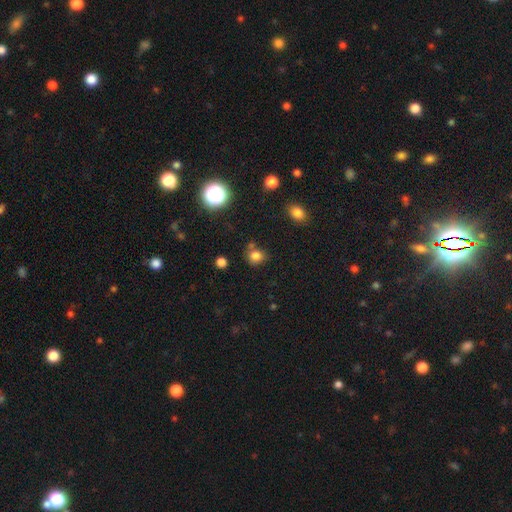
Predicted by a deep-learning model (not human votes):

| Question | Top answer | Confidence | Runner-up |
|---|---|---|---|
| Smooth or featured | smooth | 78% | star or artifact (16%) |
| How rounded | round | 75% | in between (24%) |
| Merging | none | 69% | minor disturbance (15%) |